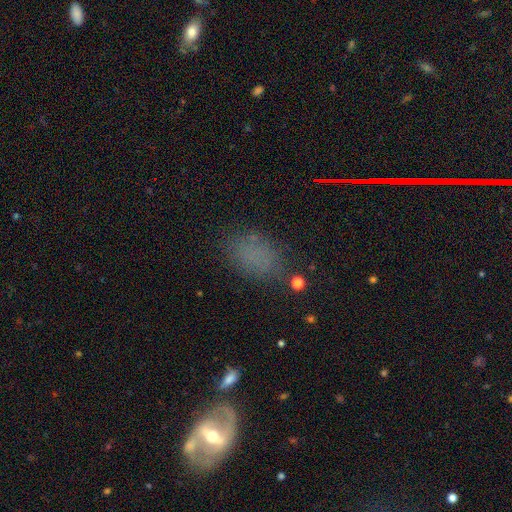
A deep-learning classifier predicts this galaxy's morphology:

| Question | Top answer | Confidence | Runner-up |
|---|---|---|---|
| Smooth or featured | smooth | 67% | star or artifact (22%) |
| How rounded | in between | 85% | round (12%) |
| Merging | none | 72% | minor disturbance (16%) |